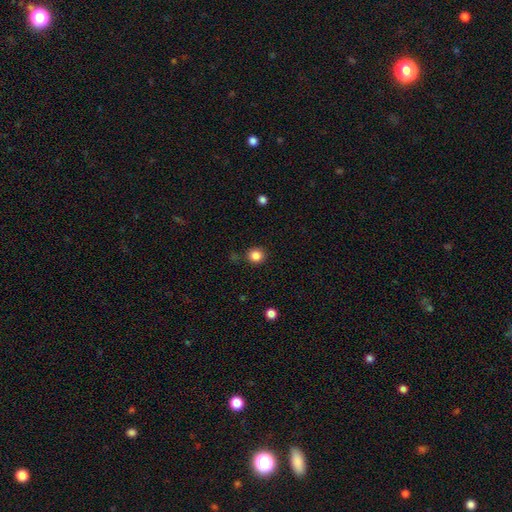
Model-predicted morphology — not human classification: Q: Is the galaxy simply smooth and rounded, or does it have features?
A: smooth — 85%.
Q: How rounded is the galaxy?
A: round — 90%.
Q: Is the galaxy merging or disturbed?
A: none — 87%.